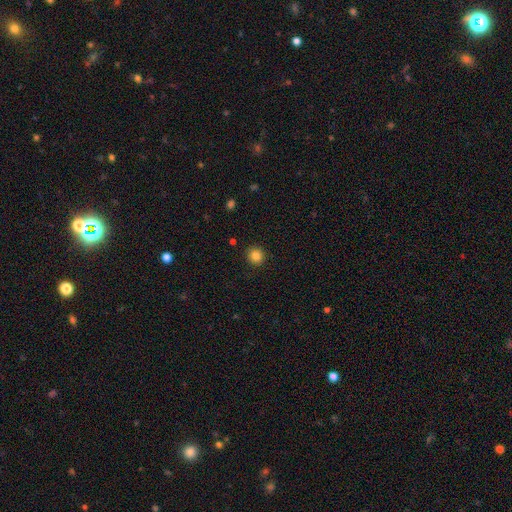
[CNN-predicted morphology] type=smooth (84%); roundness=round (92%); merging=none (91%).